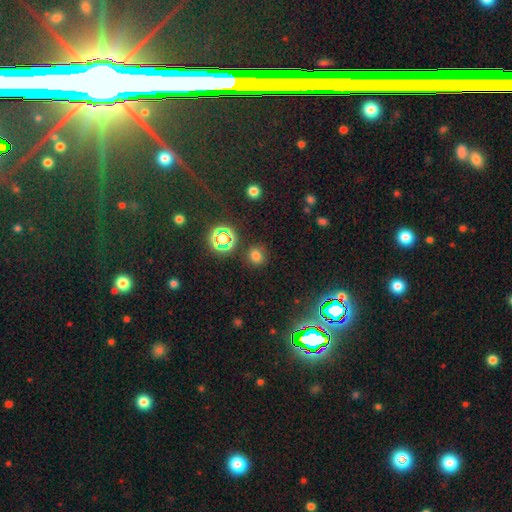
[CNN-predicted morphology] type=smooth (69%); roundness=round (80%); merging=none (85%).